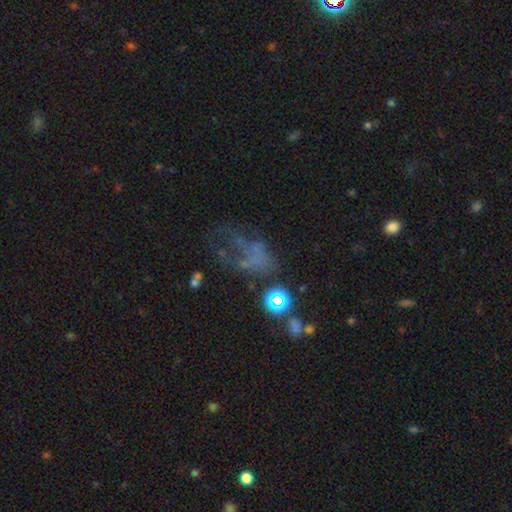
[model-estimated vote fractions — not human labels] Overall: featured or disk (36%; smooth 34%). Merging: major disturbance (46%; none 30%).